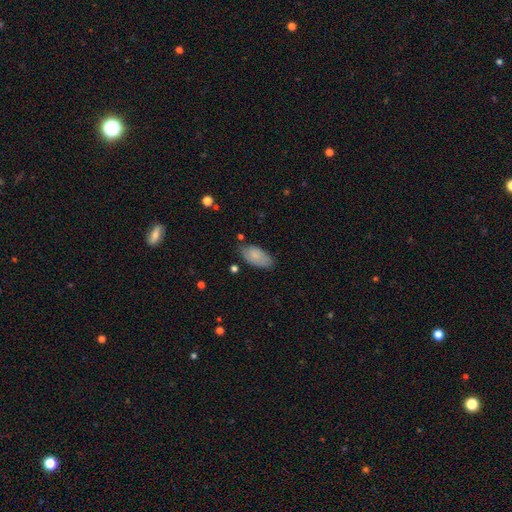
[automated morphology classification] Smooth or featured?
  - smooth: 77% *
  - featured or disk: 17%
  - star or artifact: 7%
How rounded?
  - in between: 94% *
  - cigar-shaped: 4%
  - round: 3%
Merging?
  - none: 71% *
  - minor disturbance: 22%
  - major disturbance: 4%
  - merger: 3%